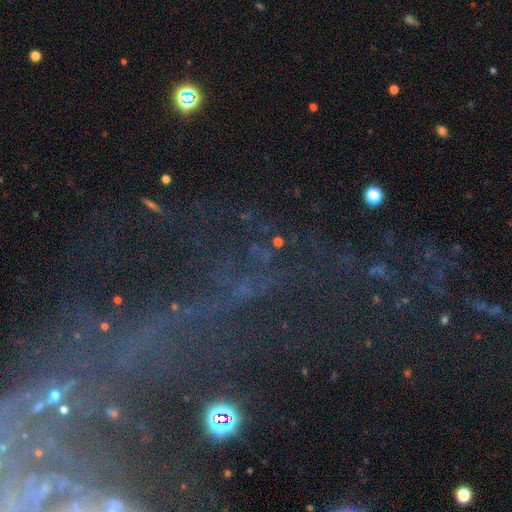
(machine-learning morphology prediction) smooth-or-featured: star or artifact: 60% | featured or disk: 26% | smooth: 14%